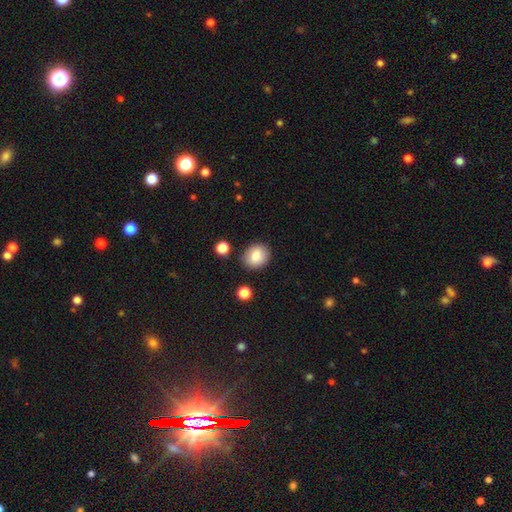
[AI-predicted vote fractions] A smooth galaxy with no disk features (82%) that is round (66%).

Vote fractions:
- Smooth or featured? smooth: 82% / star or artifact: 9% / featured or disk: 9%
- How rounded? round: 66% / in between: 33% / cigar-shaped: 1%
- Merging? none: 84% / minor disturbance: 10% / merger: 3% / major disturbance: 3%